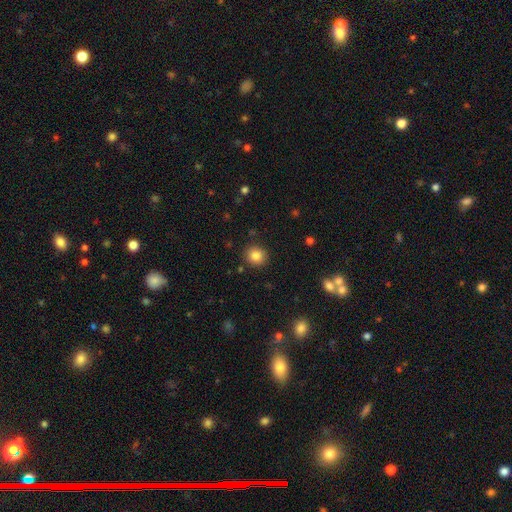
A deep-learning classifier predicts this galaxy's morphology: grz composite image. It shows a smooth galaxy with no disk features (84%) that is round (84%). Merging: none (89%).